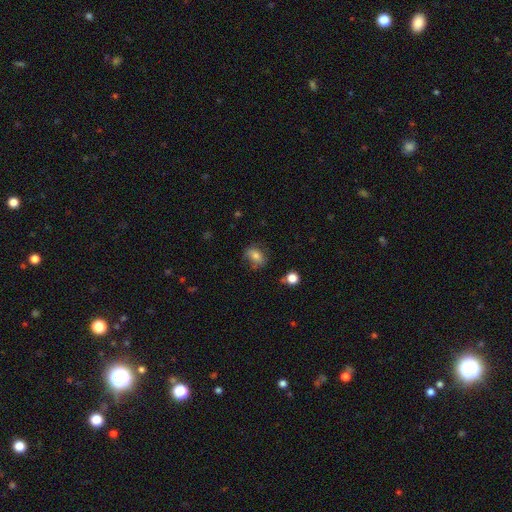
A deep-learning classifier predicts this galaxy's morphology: smooth_or_featured: smooth (p=0.73) [alt: featured or disk p=0.16]
how_rounded: in between (p=0.69) [alt: round p=0.29]
merging: none (p=0.69) [alt: minor disturbance p=0.21]